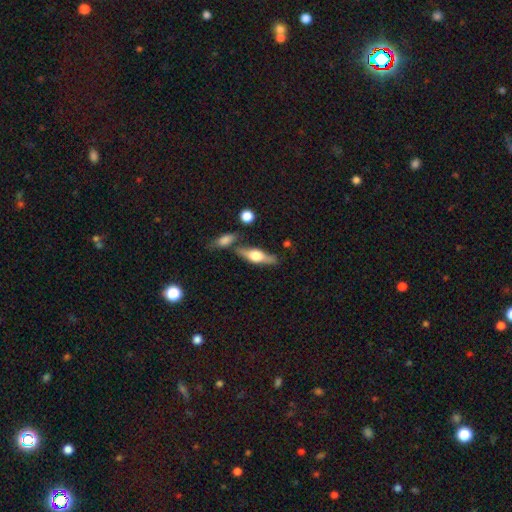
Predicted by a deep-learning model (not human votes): A featured or disk galaxy (56%) viewed edge-on (90%) with a rounded central bulge (92%).

Vote fractions:
- Smooth or featured? featured or disk: 56% / smooth: 38% / star or artifact: 6%
- Edge-on disk? yes: 90% / no: 10%
- Edge-on bulge? rounded: 92% / boxy: 6% / none: 2%
- Merging? none: 72% / minor disturbance: 13% / merger: 12% / major disturbance: 4%